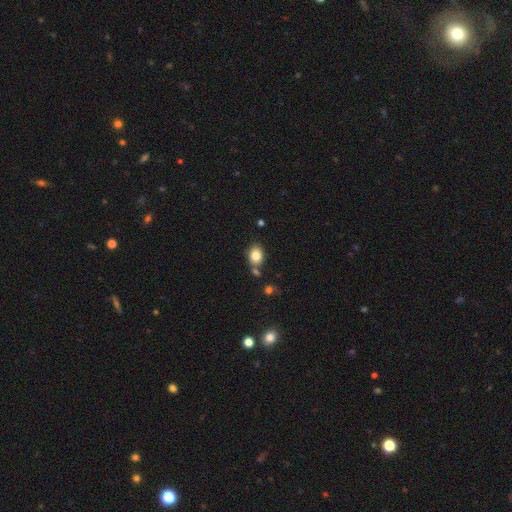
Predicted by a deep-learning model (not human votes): Q: Smooth or featured?
A: smooth (82%); runner-up: featured or disk (9%)
Q: How rounded?
A: in between (64%); runner-up: round (34%)
Q: Merging?
A: none (66%); runner-up: merger (15%)